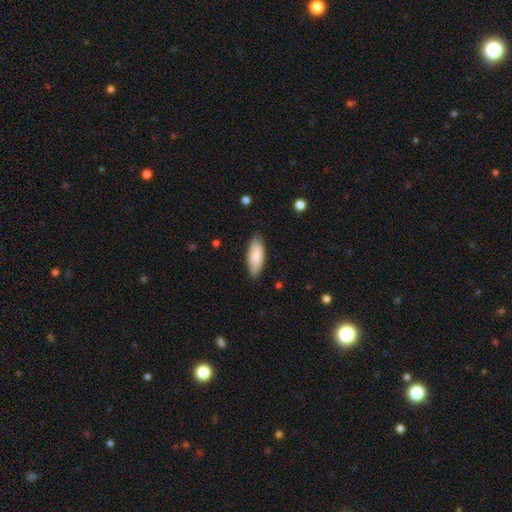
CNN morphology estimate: This appears to be a smooth galaxy with no disk features (71%) that is in between round and cigar-shaped (83%). Merging: none (78%).